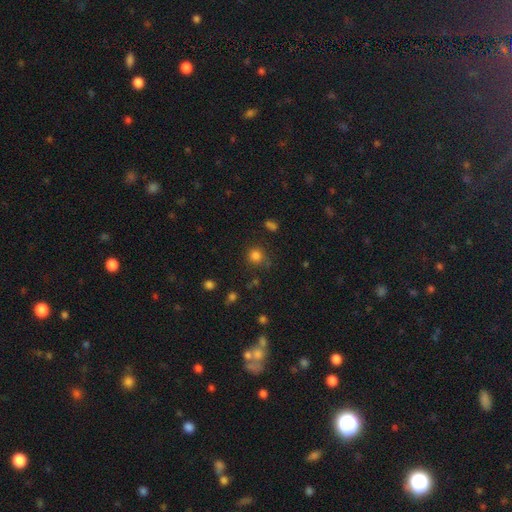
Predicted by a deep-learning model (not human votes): This is clearly a smooth galaxy (81%). How rounded: clearly round (89%). Merging: likely none (77%).